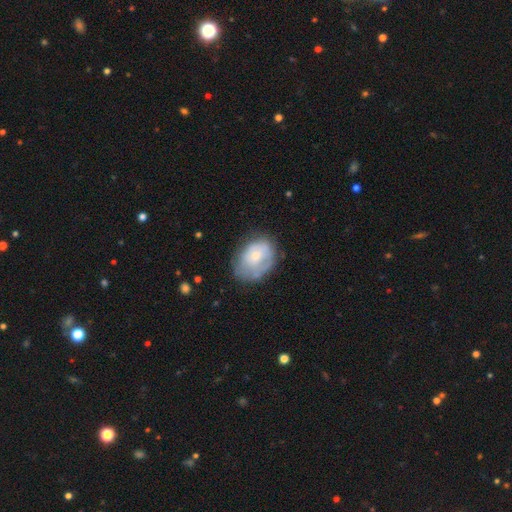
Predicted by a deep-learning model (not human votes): smooth_or_featured: smooth (p=0.51) [alt: featured or disk p=0.42]
how_rounded: in between (p=0.65) [alt: round p=0.34]
merging: none (p=0.52) [alt: minor disturbance p=0.30]